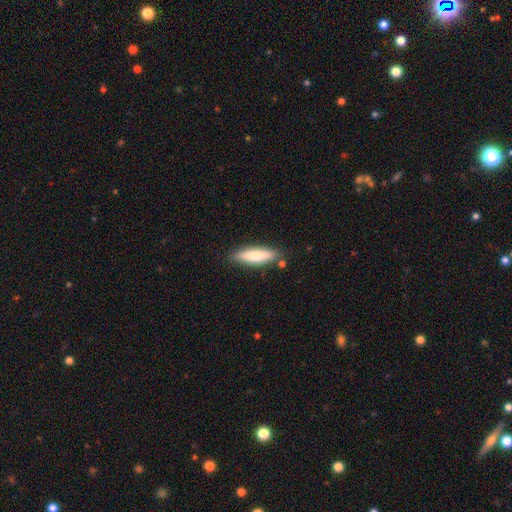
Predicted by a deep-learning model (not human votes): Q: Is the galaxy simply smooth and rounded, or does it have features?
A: smooth — 71%.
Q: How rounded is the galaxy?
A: cigar-shaped — 73%.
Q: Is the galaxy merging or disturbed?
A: none — 83%.